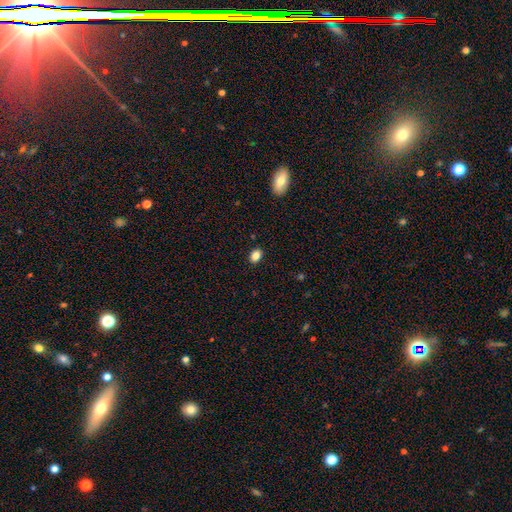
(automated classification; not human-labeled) Smooth or featured: smooth — 85% (star or artifact — 10%)
How rounded: in between — 77% (round — 21%)
Merging: none — 89% (minor disturbance — 8%)